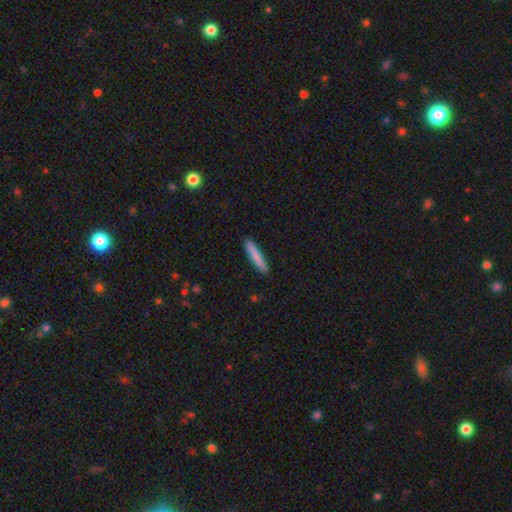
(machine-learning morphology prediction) Smooth or featured? smooth (83%)
How rounded? cigar-shaped (93%)
Merging? none (90%)